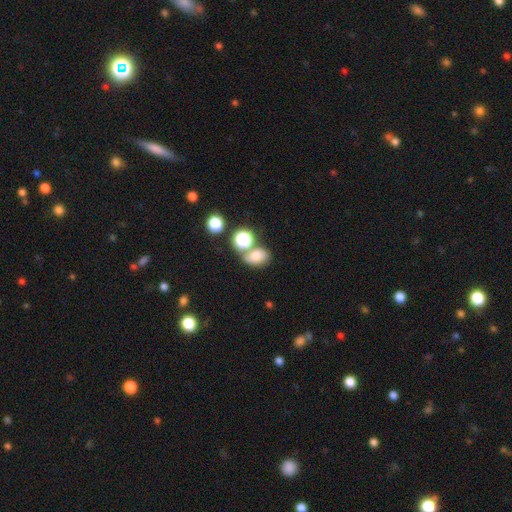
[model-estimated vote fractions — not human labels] Overall: smooth (67%). How rounded: in between (62%; round 37%). Merging: none (49%; merger 31%).